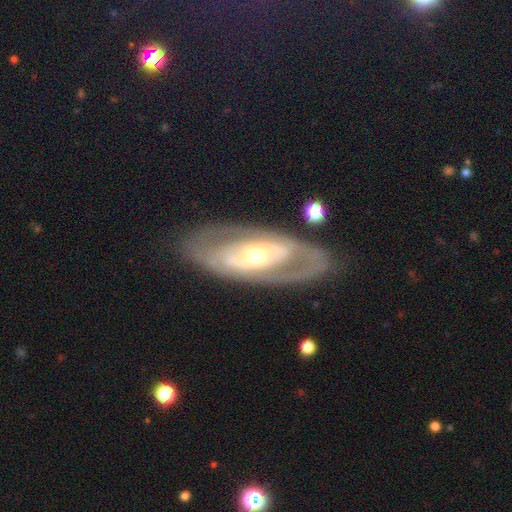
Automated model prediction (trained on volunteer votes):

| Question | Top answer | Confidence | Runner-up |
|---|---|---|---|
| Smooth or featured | featured or disk | 78% | smooth (17%) |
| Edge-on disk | no | 88% | yes (12%) |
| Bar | no | 53% | weak (26%) |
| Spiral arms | yes | 53% | no (47%) |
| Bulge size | moderate | 53% | small (39%) |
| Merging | none | 78% | minor disturbance (13%) |